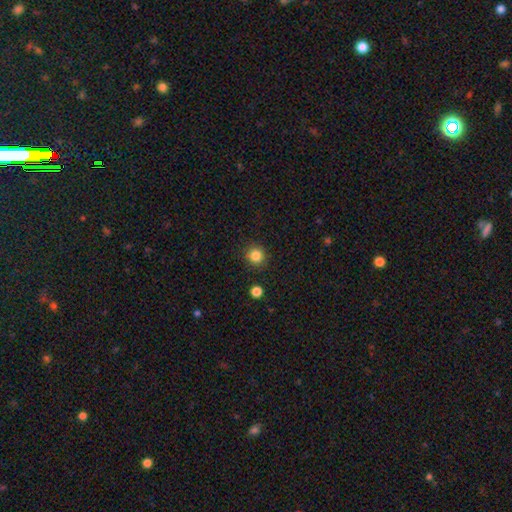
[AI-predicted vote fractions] smooth-or-featured: smooth: 85% | star or artifact: 11% | featured or disk: 4%
  how-rounded: round: 91% | in between: 8% | cigar-shaped: 1%
  merging: none: 89% | minor disturbance: 6% | major disturbance: 2% | merger: 2%